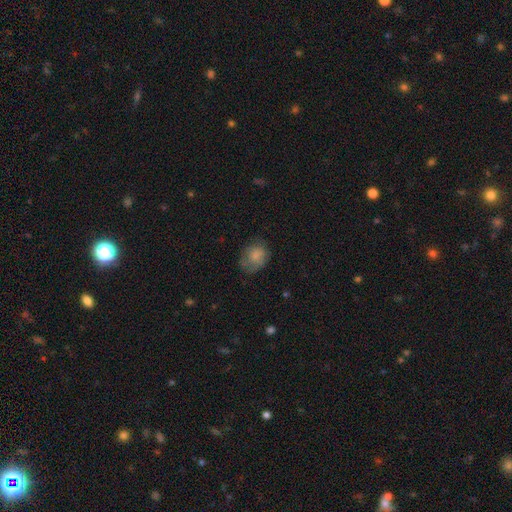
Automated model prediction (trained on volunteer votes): Q: Smooth or featured?
A: smooth (76%); runner-up: featured or disk (15%)
Q: How rounded?
A: in between (54%); runner-up: round (45%)
Q: Merging?
A: none (54%); runner-up: minor disturbance (28%)